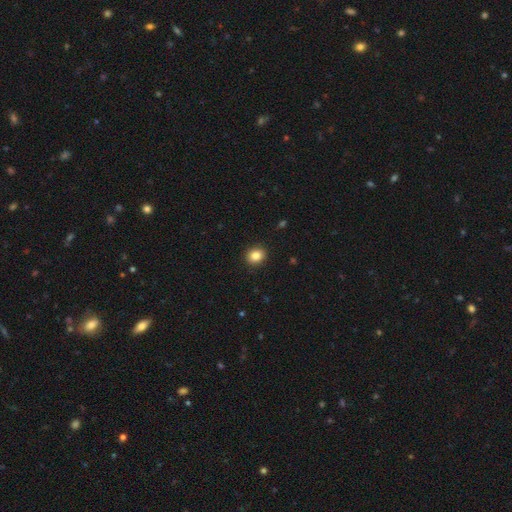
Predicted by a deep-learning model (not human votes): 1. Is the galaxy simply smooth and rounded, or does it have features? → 85% smooth, 10% star or artifact, 6% featured or disk.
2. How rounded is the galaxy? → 69% round, 30% in between, 1% cigar-shaped.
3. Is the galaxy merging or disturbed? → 91% none, 6% minor disturbance, 2% major disturbance, 1% merger.